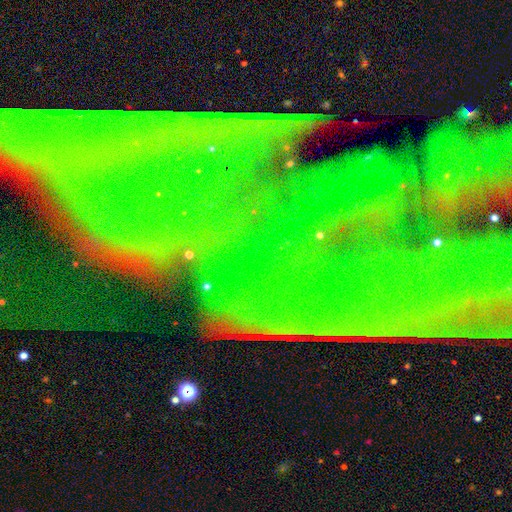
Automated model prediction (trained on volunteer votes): Smooth or featured?
  - star or artifact: 76% *
  - featured or disk: 14%
  - smooth: 10%